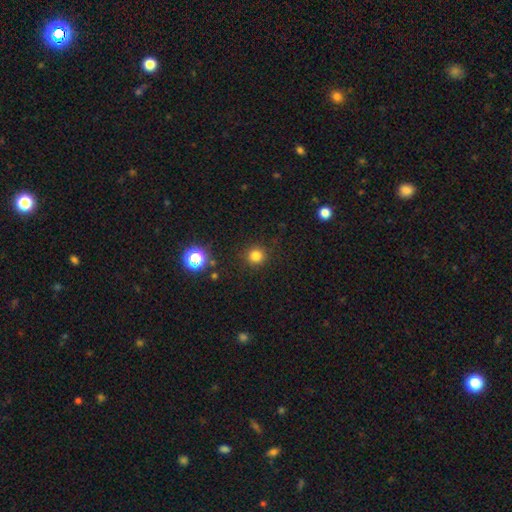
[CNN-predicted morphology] This appears to be a smooth galaxy with no disk features (80%) that is round (94%). Merging: none (90%).